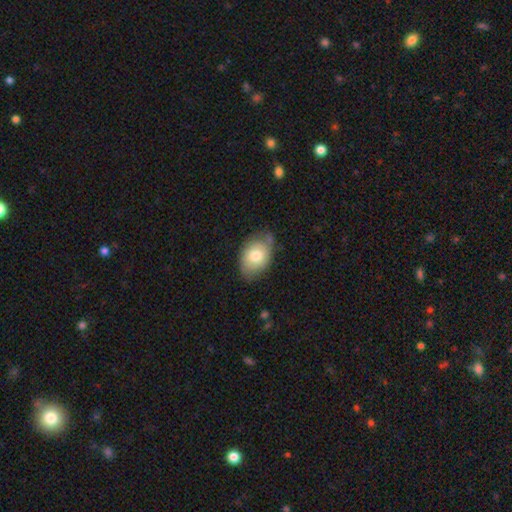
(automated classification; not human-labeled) This appears to be a smooth galaxy with no disk features (74%) that is in between round and cigar-shaped (81%). Merging: none (66%).